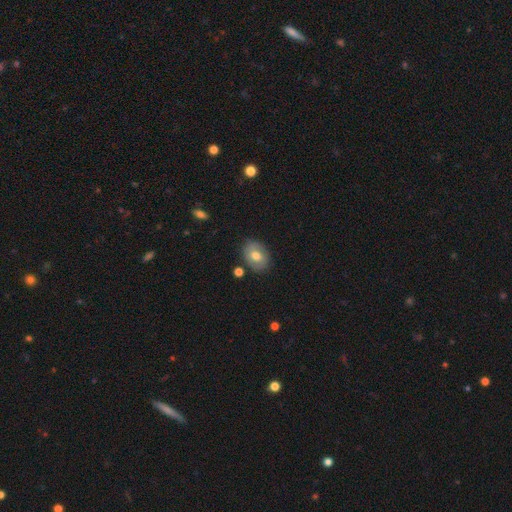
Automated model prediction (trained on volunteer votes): smooth_or_featured: smooth (p=0.65) [alt: featured or disk p=0.27]
how_rounded: in between (p=0.62) [alt: round p=0.37]
merging: none (p=0.81) [alt: minor disturbance p=0.13]